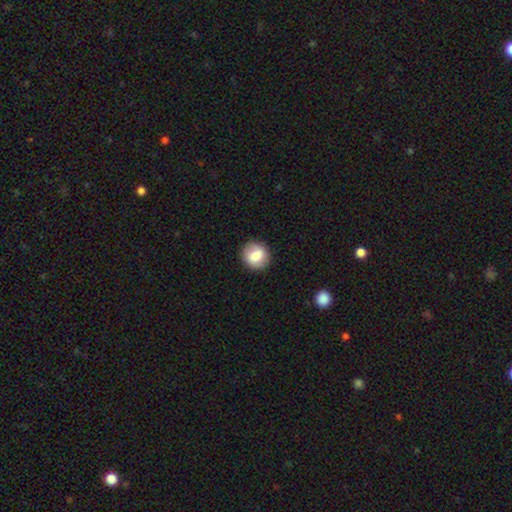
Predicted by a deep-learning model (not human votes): A smooth galaxy with no disk features (78%) that is round (83%). Merging: none (89%).